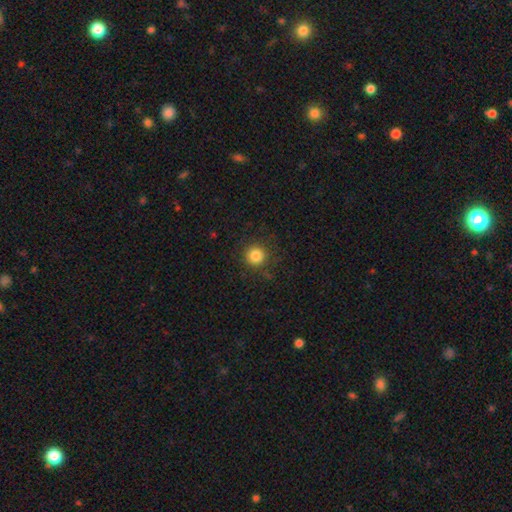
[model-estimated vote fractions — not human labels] Morphology: type=smooth (84%); roundness=round (95%); merging=none (89%).